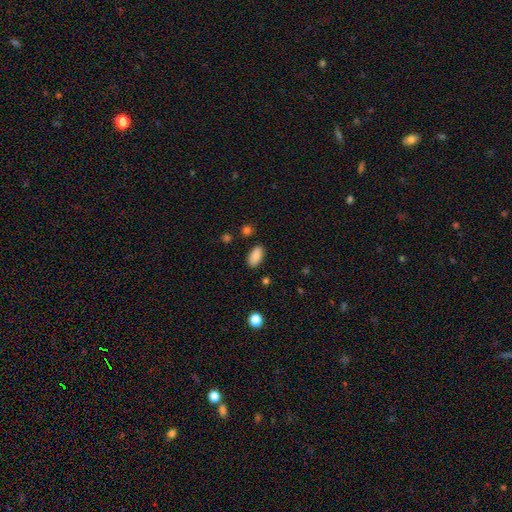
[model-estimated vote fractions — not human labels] smooth 88%, star or artifact 8%, featured or disk 4%. Down the decision tree: how rounded — in between (92%); merging — none (85%).